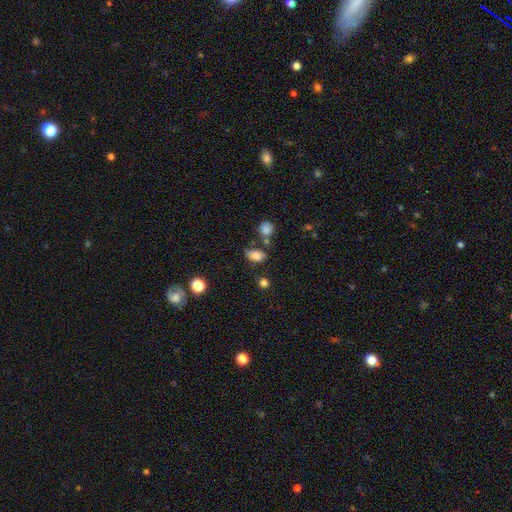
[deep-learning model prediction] Smooth or featured: smooth — 81% (star or artifact — 11%)
How rounded: in between — 85% (round — 13%)
Merging: none — 63% (minor disturbance — 20%)